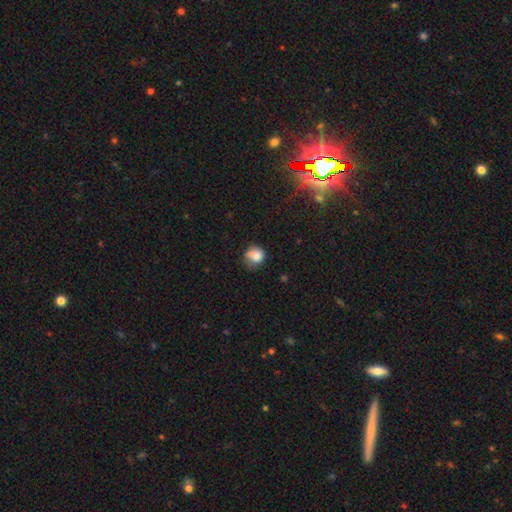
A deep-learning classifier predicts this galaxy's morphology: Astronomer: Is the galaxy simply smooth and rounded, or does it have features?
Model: smooth — 84%.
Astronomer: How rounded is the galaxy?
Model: round — 77%.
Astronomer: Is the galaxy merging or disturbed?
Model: none — 60%.